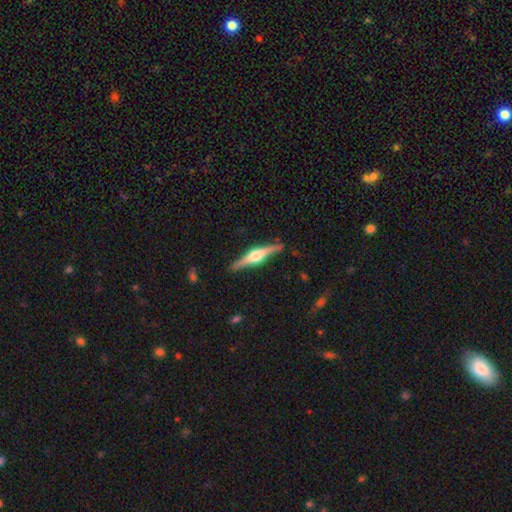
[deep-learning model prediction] Q: Smooth or featured?
A: featured or disk (79%); runner-up: smooth (16%)
Q: Edge-on disk?
A: yes (98%); runner-up: no (2%)
Q: Edge-on bulge?
A: rounded (92%); runner-up: boxy (6%)
Q: Merging?
A: none (88%); runner-up: minor disturbance (9%)